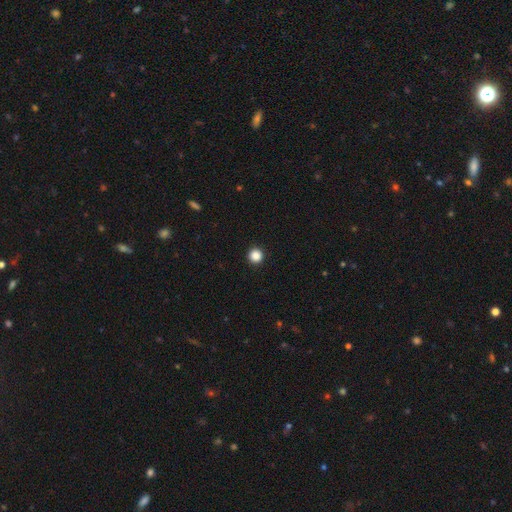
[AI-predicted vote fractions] Smooth or featured? smooth (87%)
How rounded? round (96%)
Merging? none (94%)